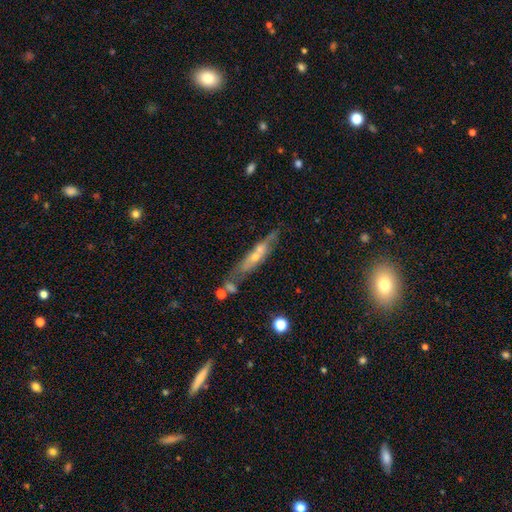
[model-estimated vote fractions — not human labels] Smooth or featured?
  - featured or disk: 53% *
  - smooth: 39%
  - star or artifact: 8%
Edge-on disk?
  - yes: 60% *
  - no: 40%
Merging?
  - none: 51% *
  - minor disturbance: 22%
  - merger: 18%
  - major disturbance: 9%